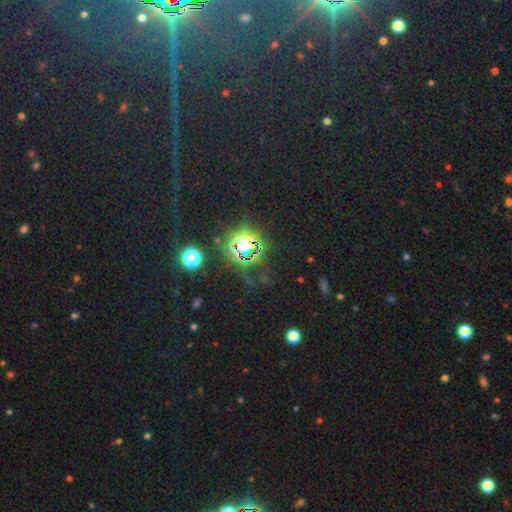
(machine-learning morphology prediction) Smooth or featured?
  - star or artifact: 78% *
  - smooth: 14%
  - featured or disk: 7%